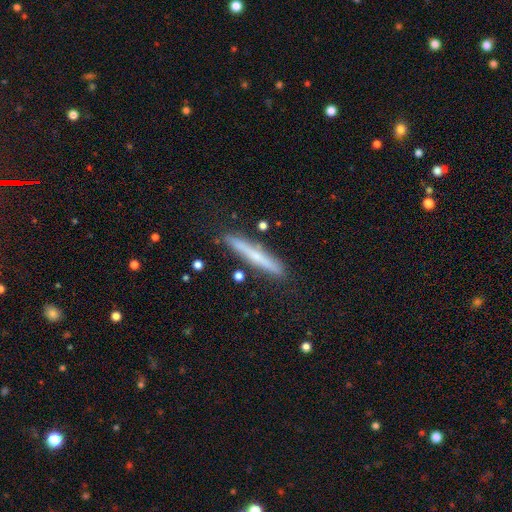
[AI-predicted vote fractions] This appears to be a smooth galaxy with no disk features (50%). Merging: none (84%).